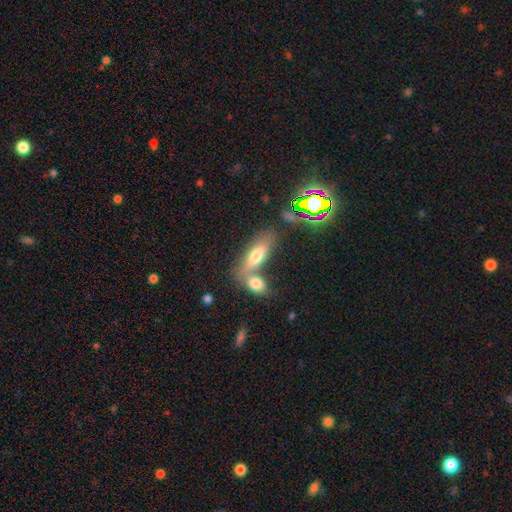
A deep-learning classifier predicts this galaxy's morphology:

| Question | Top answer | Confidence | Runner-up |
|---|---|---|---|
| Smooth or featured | smooth | 68% | featured or disk (21%) |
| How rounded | in between | 68% | cigar-shaped (28%) |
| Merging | none | 45% | merger (41%) |